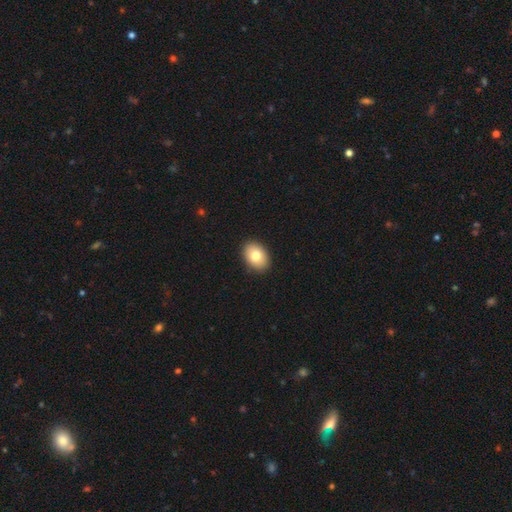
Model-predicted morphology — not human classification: Smooth or featured: smooth — 80% (featured or disk — 13%)
How rounded: in between — 78% (round — 21%)
Merging: none — 90% (minor disturbance — 7%)